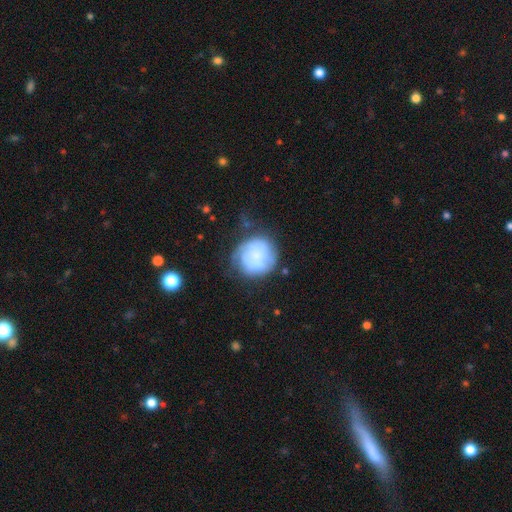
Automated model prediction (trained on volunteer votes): A smooth galaxy with no disk features (51%) that is round (84%).

Vote fractions:
- Smooth or featured? smooth: 51% / featured or disk: 40% / star or artifact: 9%
- How rounded? round: 84% / in between: 15% / cigar-shaped: 1%
- Merging? none: 56% / minor disturbance: 26% / major disturbance: 14% / merger: 4%